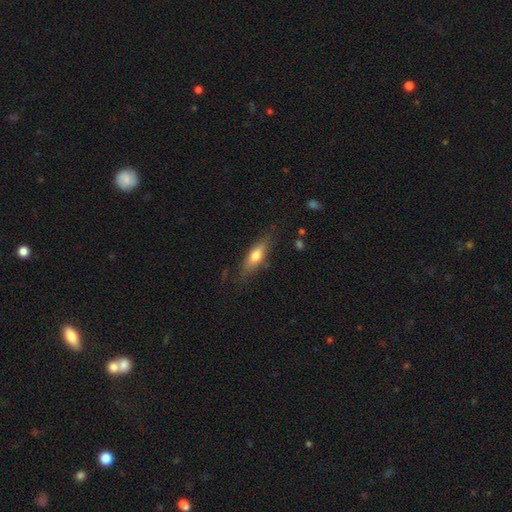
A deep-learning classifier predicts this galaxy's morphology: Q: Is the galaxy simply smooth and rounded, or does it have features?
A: smooth — 67%.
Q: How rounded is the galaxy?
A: in between — 57%.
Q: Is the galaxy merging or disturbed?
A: none — 76%.